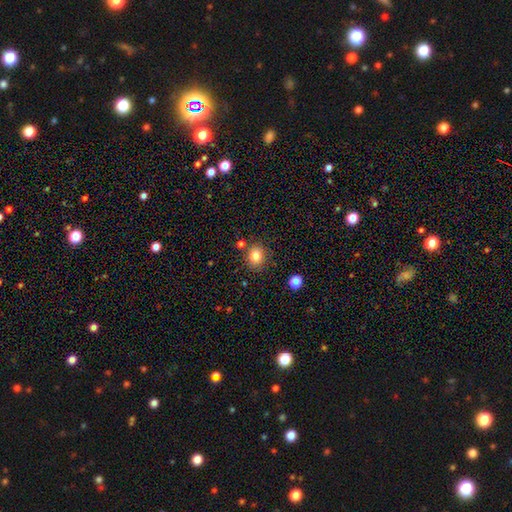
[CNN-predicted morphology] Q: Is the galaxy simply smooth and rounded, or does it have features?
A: smooth — 82%.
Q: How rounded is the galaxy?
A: round — 76%.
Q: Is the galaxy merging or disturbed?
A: none — 82%.